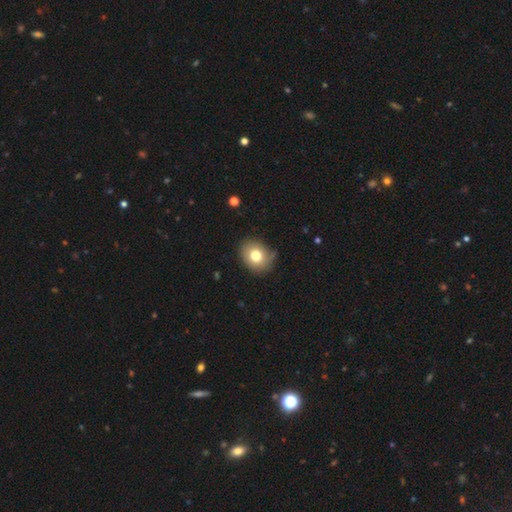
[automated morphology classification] Overall: smooth (76%). How rounded: round (60%; in between 39%). Merging: none (75%).